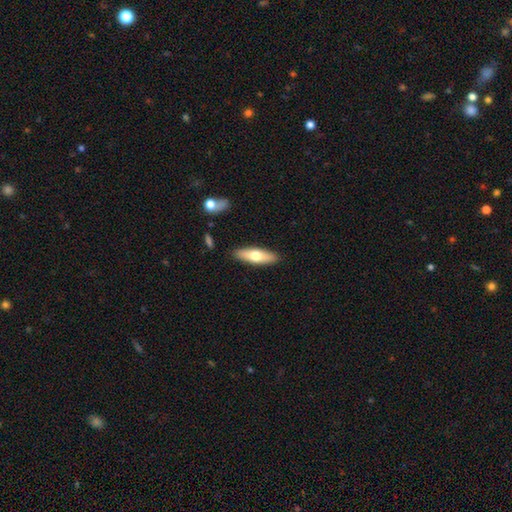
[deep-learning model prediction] This is likely a smooth galaxy (62%). How rounded: possibly cigar-shaped (54%). Merging: clearly none (89%).